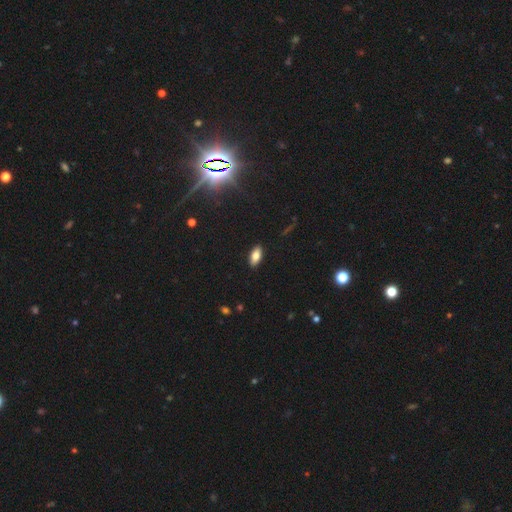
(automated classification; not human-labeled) Overall: smooth (77%). How rounded: in between (88%). Merging: none (89%).